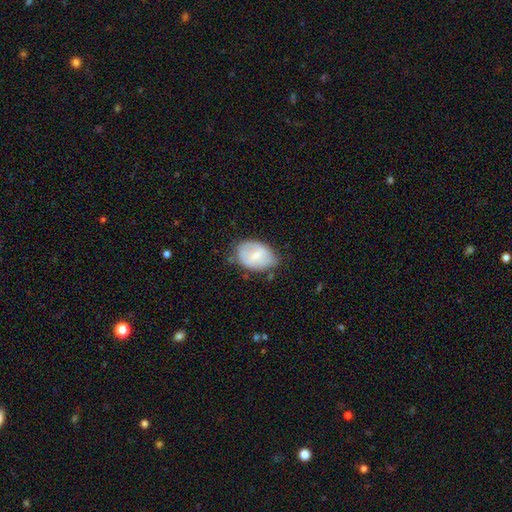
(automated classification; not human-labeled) A smooth galaxy with no disk features (55%) that is in between round and cigar-shaped (80%).

Vote fractions:
- Smooth or featured? smooth: 55% / featured or disk: 39% / star or artifact: 6%
- How rounded? in between: 80% / round: 19% / cigar-shaped: 1%
- Merging? none: 53% / minor disturbance: 35% / major disturbance: 9% / merger: 3%